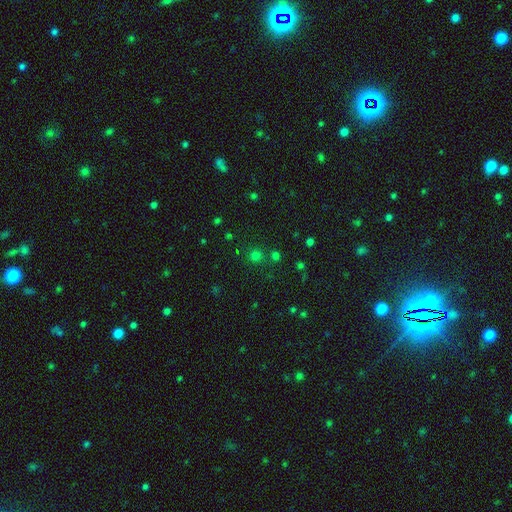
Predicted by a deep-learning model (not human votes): Morphology: type=smooth (67%); roundness=round (92%); merging=none (80%).